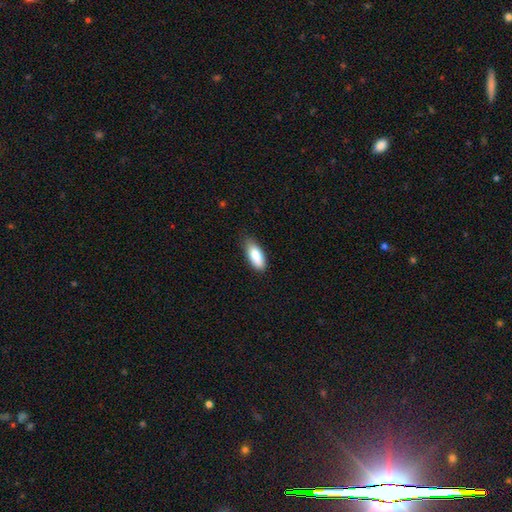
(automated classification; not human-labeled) This is clearly a smooth galaxy (86%). How rounded: likely in between (80%). Merging: likely none (72%).